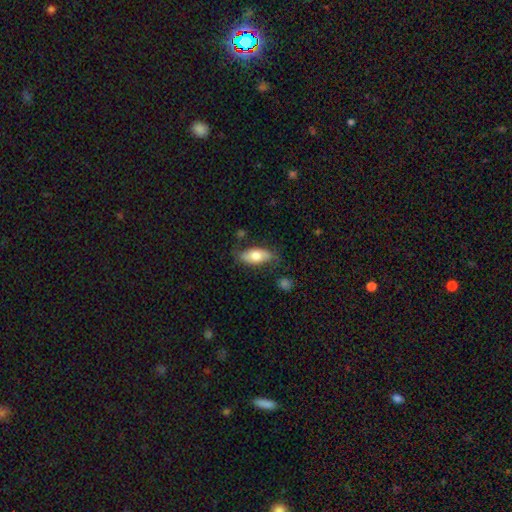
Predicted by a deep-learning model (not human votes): This appears to be a smooth galaxy with no disk features (69%) that is in between round and cigar-shaped (87%). Merging: none (69%).